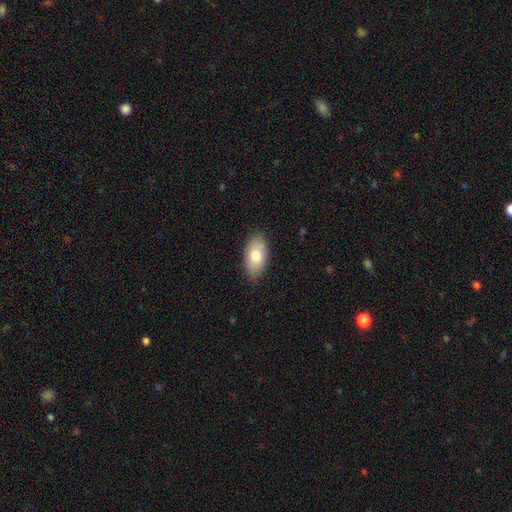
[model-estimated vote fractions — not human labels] Q: Smooth or featured?
A: smooth (77%); runner-up: featured or disk (16%)
Q: How rounded?
A: in between (93%); runner-up: round (4%)
Q: Merging?
A: none (85%); runner-up: minor disturbance (12%)